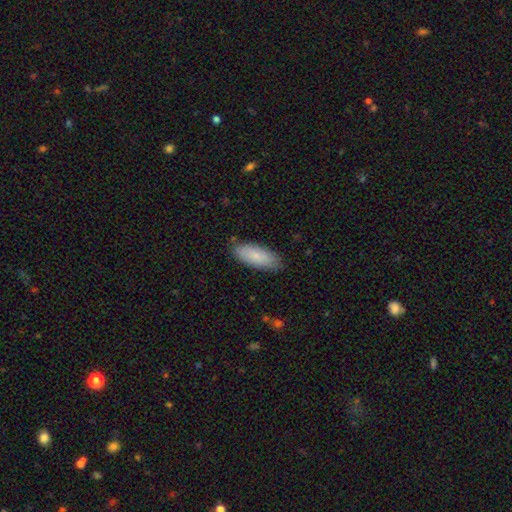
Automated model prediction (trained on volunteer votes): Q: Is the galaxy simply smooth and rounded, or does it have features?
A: smooth — 83%.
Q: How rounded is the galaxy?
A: in between — 77%.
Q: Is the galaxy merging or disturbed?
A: none — 83%.